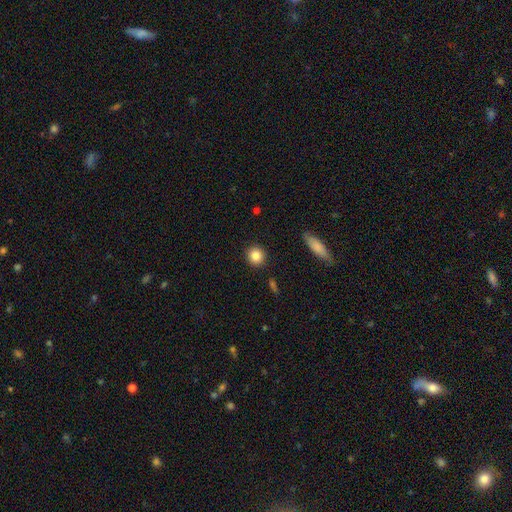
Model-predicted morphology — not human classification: Q: Smooth or featured?
A: smooth (85%); runner-up: star or artifact (9%)
Q: How rounded?
A: round (90%); runner-up: in between (9%)
Q: Merging?
A: none (91%); runner-up: minor disturbance (6%)